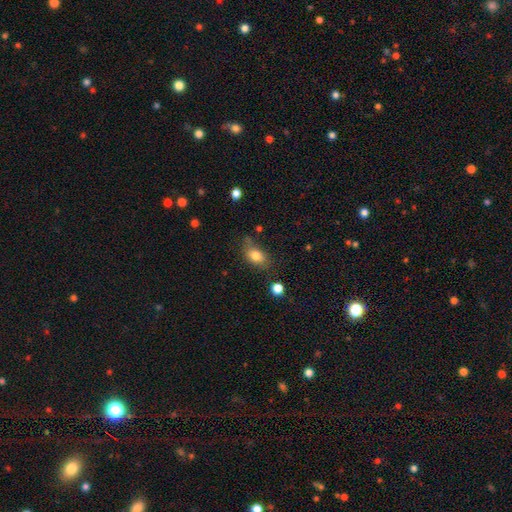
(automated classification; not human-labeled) Q: Smooth or featured?
A: smooth (81%); runner-up: featured or disk (10%)
Q: How rounded?
A: in between (79%); runner-up: round (18%)
Q: Merging?
A: none (64%); runner-up: minor disturbance (24%)